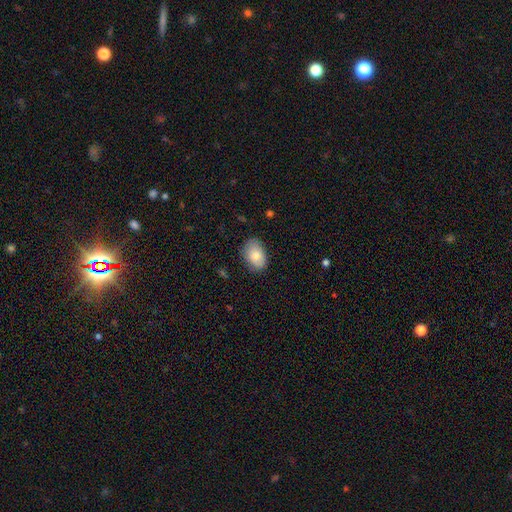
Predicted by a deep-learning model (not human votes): The model was most divided on "merging": none: 78%, minor disturbance: 17%, major disturbance: 3%, merger: 1%. More confident: how rounded — in between (87%); smooth or featured — smooth (81%).